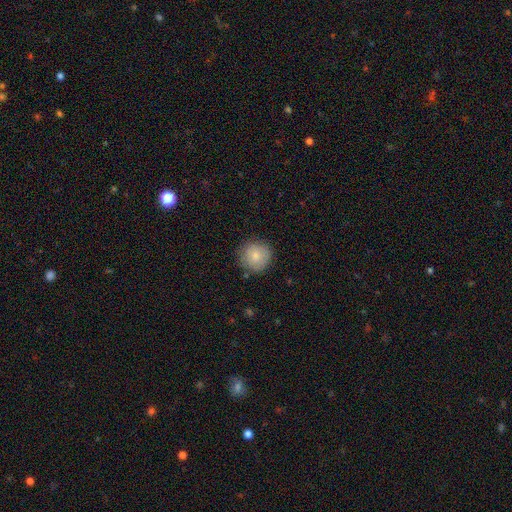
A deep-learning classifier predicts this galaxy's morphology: smooth 81%, featured or disk 11%, star or artifact 8%. Down the decision tree: how rounded — round (94%); merging — none (83%).